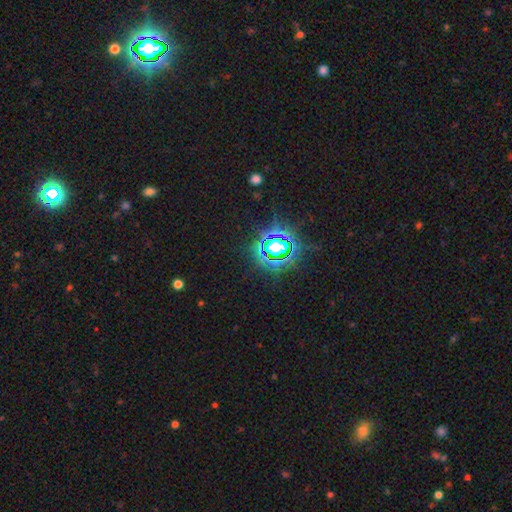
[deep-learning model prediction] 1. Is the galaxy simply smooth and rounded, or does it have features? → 83% star or artifact, 12% smooth, 6% featured or disk.